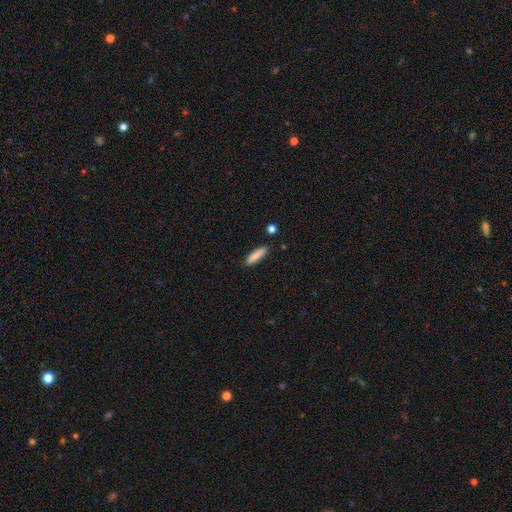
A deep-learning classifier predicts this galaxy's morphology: A smooth galaxy with no disk features (84%) that is cigar-shaped (74%). Merging: none (87%).